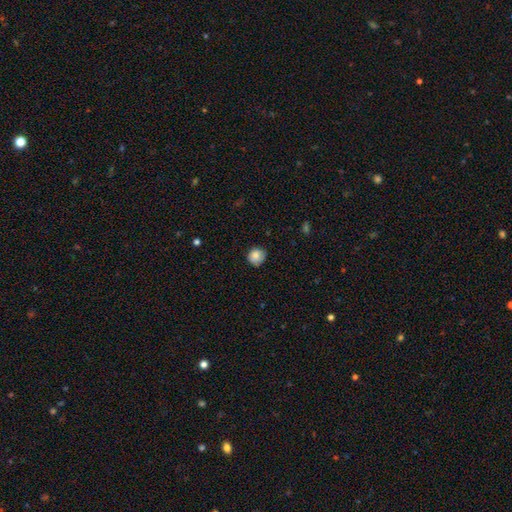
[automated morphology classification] The model was most divided on "merging": none: 71%, minor disturbance: 23%, major disturbance: 4%, merger: 1%. More confident: smooth or featured — smooth (83%); how rounded — round (83%).